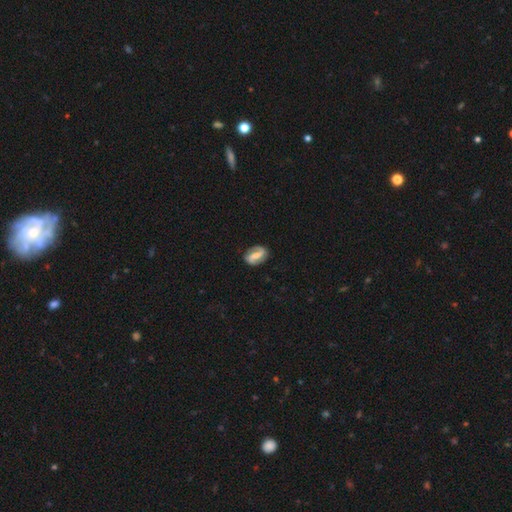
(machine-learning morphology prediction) This appears to be a featured or disk galaxy (75%) with a strong bar (54%), 2 (90%) medium (40%) spiral arms (89%) and a moderate central bulge (35%). Merging: none (84%).